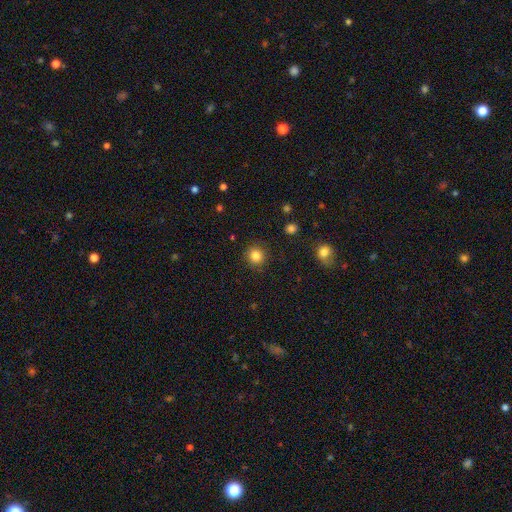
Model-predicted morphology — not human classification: Overall: smooth (84%). How rounded: round (92%). Merging: none (89%).